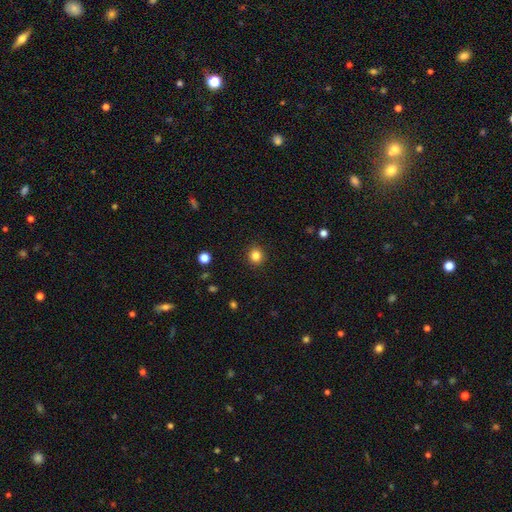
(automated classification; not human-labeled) Q: Smooth or featured?
A: smooth (84%); runner-up: star or artifact (12%)
Q: How rounded?
A: round (84%); runner-up: in between (15%)
Q: Merging?
A: none (91%); runner-up: minor disturbance (6%)